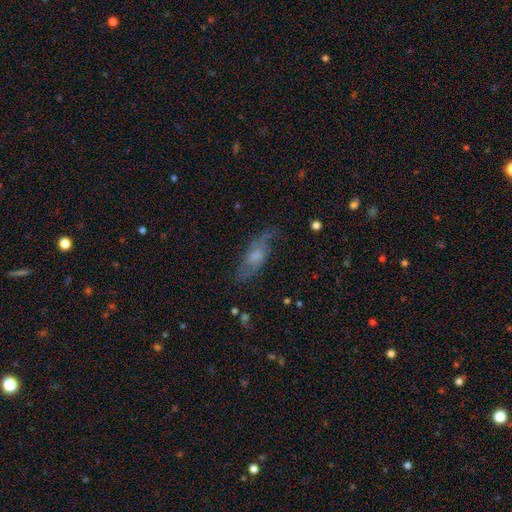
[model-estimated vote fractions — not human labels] This appears to be a featured or disk galaxy (57%). Merging: none (66%).